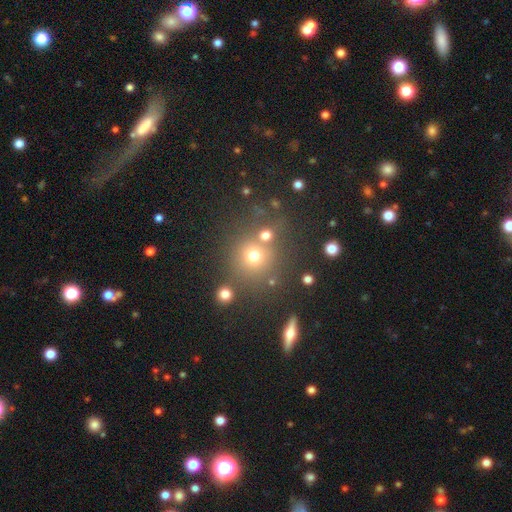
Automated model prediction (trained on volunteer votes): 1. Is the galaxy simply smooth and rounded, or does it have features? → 61% smooth, 25% star or artifact, 14% featured or disk.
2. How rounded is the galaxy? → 89% round, 9% in between, 1% cigar-shaped.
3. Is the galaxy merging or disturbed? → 68% none, 18% merger, 9% minor disturbance, 4% major disturbance.